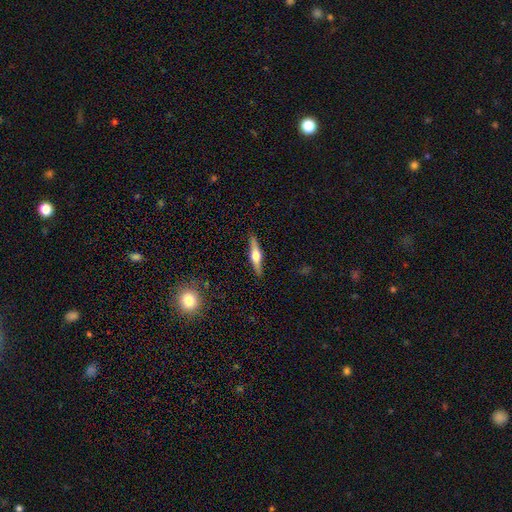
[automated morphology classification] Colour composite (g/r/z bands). It shows a featured or disk galaxy (65%) viewed edge-on (96%) with a rounded central bulge (94%). Merging: none (89%).